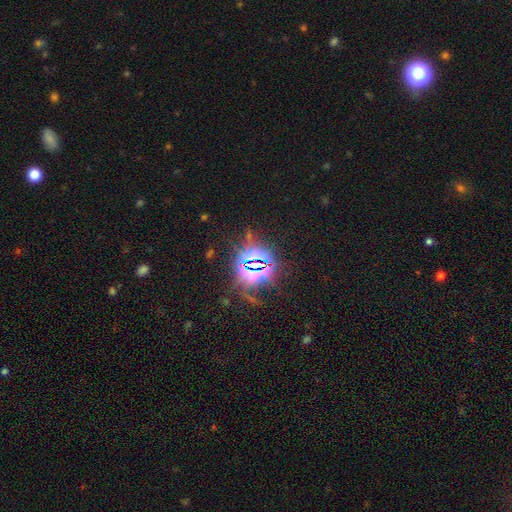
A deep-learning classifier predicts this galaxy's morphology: type=star or artifact (84%).